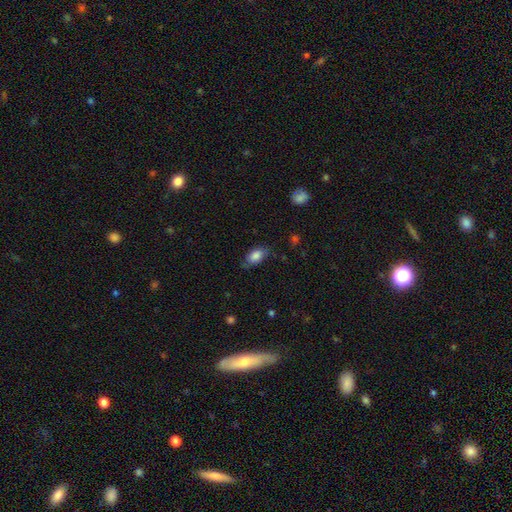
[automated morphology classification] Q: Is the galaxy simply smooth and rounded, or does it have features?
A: smooth — 82%.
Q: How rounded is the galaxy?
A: in between — 88%.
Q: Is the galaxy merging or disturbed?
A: none — 67%.